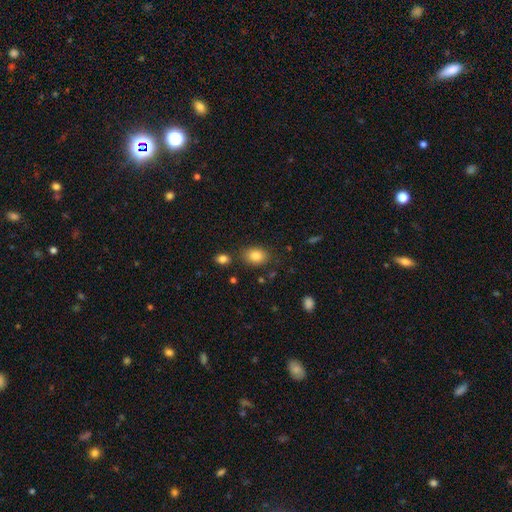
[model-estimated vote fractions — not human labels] A smooth galaxy with no disk features (86%) that is in between round and cigar-shaped (73%).

Vote fractions:
- Smooth or featured? smooth: 86% / star or artifact: 9% / featured or disk: 6%
- How rounded? in between: 73% / round: 26% / cigar-shaped: 1%
- Merging? none: 78% / minor disturbance: 13% / merger: 5% / major disturbance: 4%